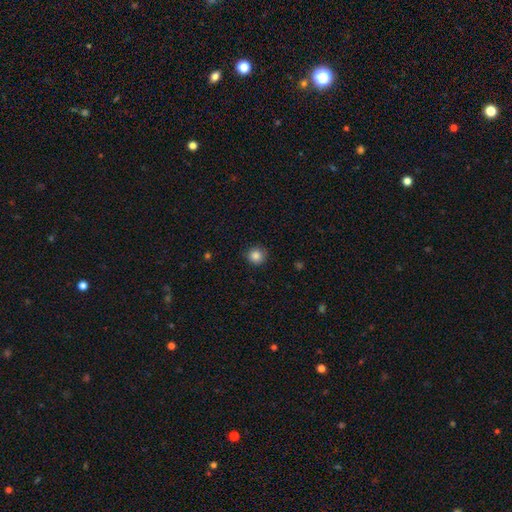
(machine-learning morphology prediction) A smooth galaxy with no disk features (86%) that is round (93%).

Vote fractions:
- Smooth or featured? smooth: 86% / star or artifact: 10% / featured or disk: 4%
- How rounded? round: 93% / in between: 6% / cigar-shaped: 1%
- Merging? none: 88% / minor disturbance: 8% / major disturbance: 2% / merger: 1%